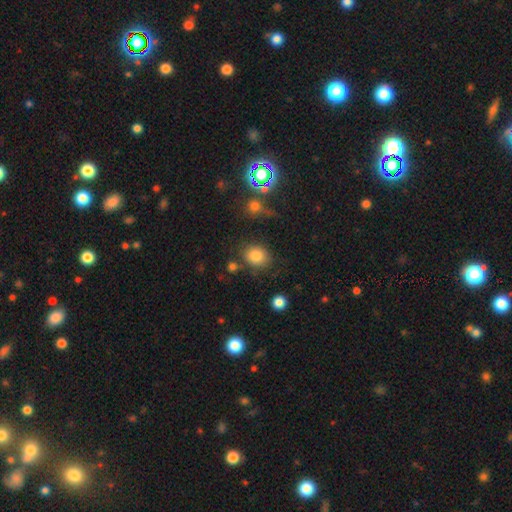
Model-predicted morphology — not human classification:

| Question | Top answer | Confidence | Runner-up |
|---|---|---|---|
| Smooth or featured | smooth | 81% | star or artifact (12%) |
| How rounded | round | 59% | in between (40%) |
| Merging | none | 76% | minor disturbance (13%) |